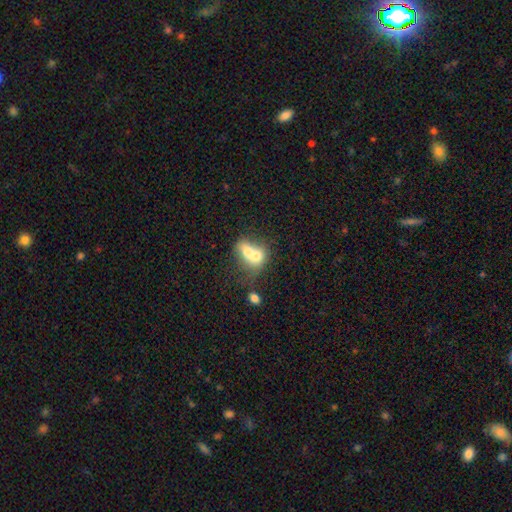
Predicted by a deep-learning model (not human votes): The model was most divided on "how rounded": in between: 54%, round: 44%, cigar-shaped: 2%. More confident: merging — merger (75%); smooth or featured — smooth (65%).